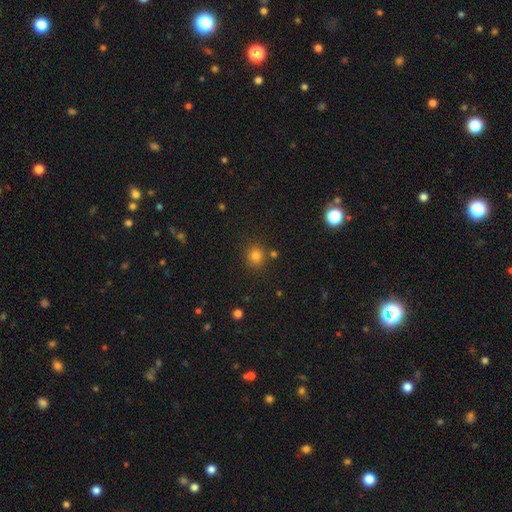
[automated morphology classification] Overall: smooth (79%). How rounded: round (88%). Merging: none (83%).